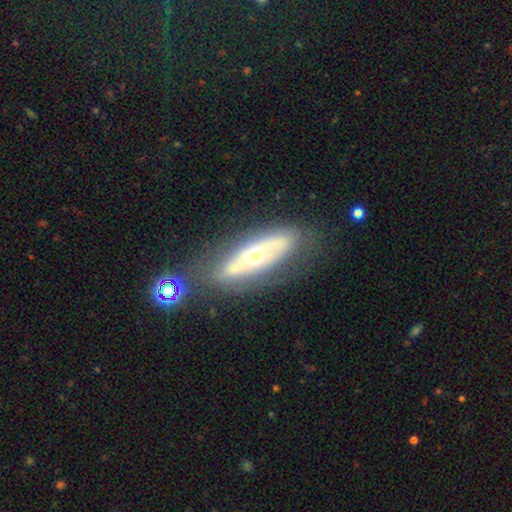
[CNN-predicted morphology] The model was most divided on "smooth or featured": featured or disk: 64%, smooth: 29%, star or artifact: 7%. More confident: edge-on disk — no (70%); merging — none (68%).